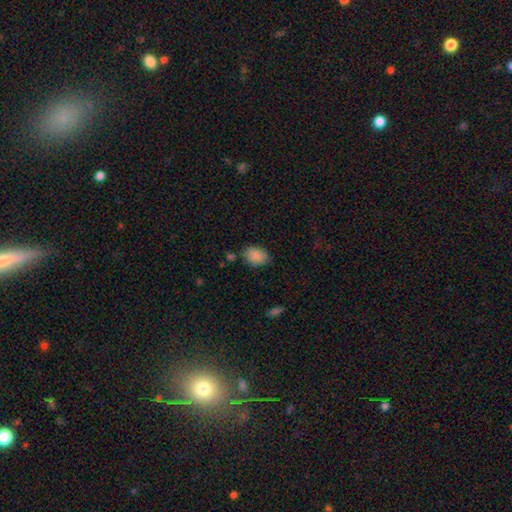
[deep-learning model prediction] Smooth or featured? Predicted: smooth (p=0.88). How rounded? Predicted: in between (p=0.71). Merging? Predicted: none (p=0.76).